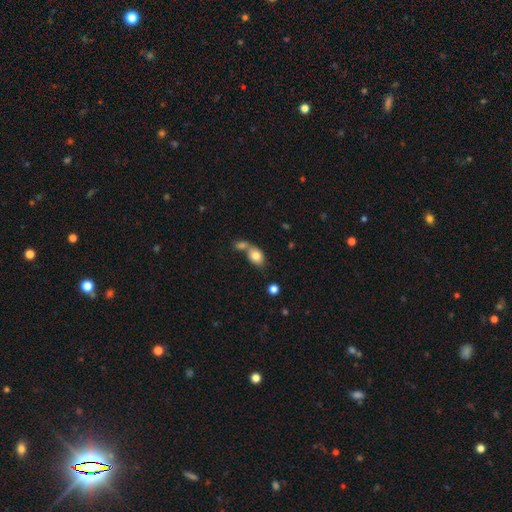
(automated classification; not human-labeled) smooth_or_featured: smooth (p=0.80) [alt: featured or disk p=0.11]
how_rounded: in between (p=0.76) [alt: round p=0.22]
merging: merger (p=0.48) [alt: none p=0.36]